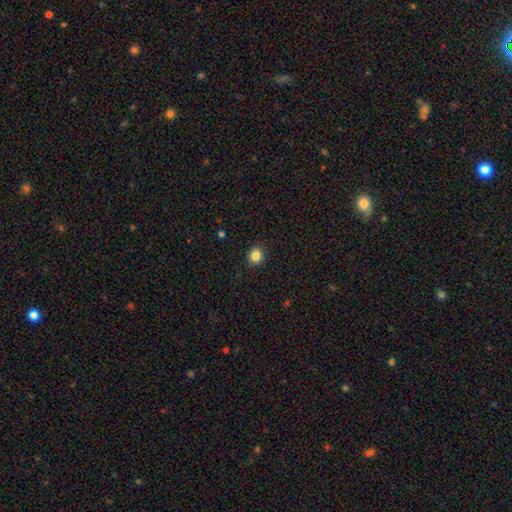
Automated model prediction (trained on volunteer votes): smooth 84%, star or artifact 11%, featured or disk 5%. Down the decision tree: how rounded — round (82%); merging — none (92%).